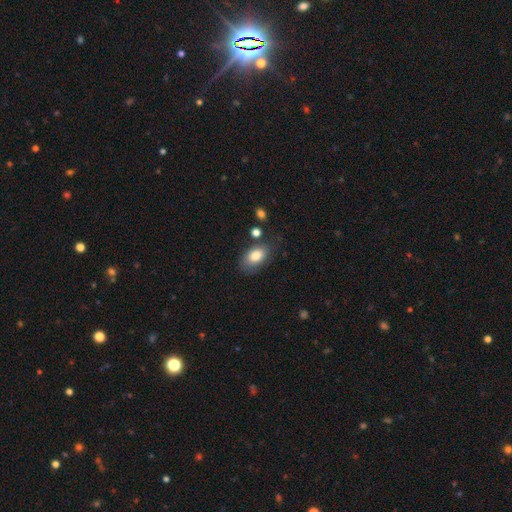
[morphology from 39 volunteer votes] smooth 95%, featured or disk 5%, star or artifact 0%. Down the decision tree: how rounded — in between (97%); merging — none (74%).